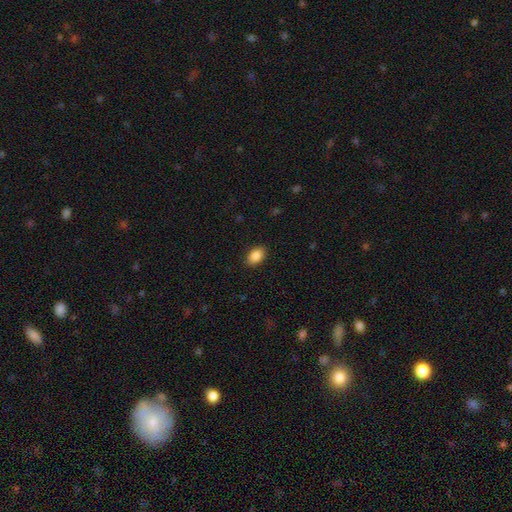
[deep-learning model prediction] This appears to be a smooth galaxy with no disk features (88%) that is in between round and cigar-shaped (86%). Merging: none (89%).